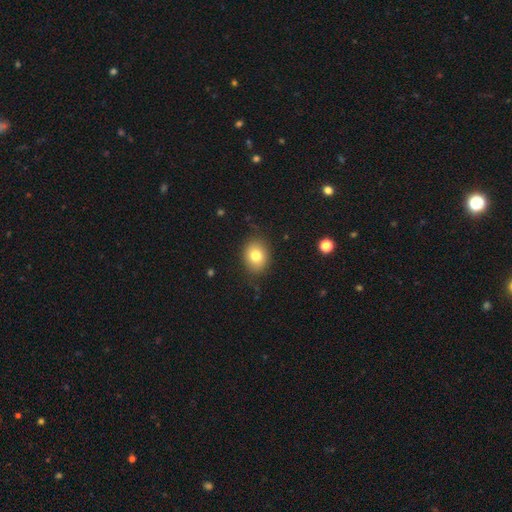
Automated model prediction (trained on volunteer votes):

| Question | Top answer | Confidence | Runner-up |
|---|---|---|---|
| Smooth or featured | smooth | 78% | featured or disk (11%) |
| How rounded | round | 51% | in between (49%) |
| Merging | none | 84% | minor disturbance (12%) |